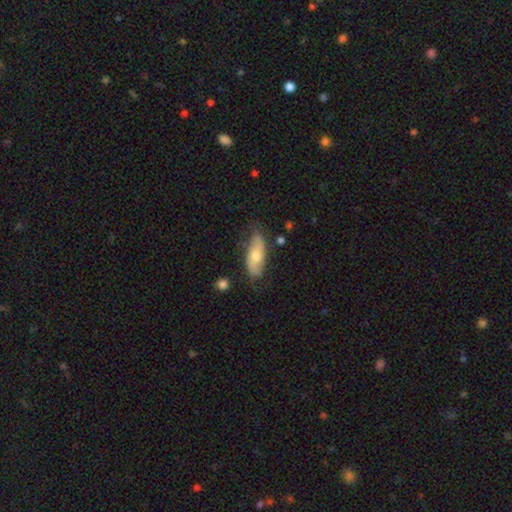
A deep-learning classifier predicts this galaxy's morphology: Smooth or featured: smooth — 53% (featured or disk — 41%)
How rounded: in between — 78% (cigar-shaped — 20%)
Merging: none — 73% (minor disturbance — 21%)